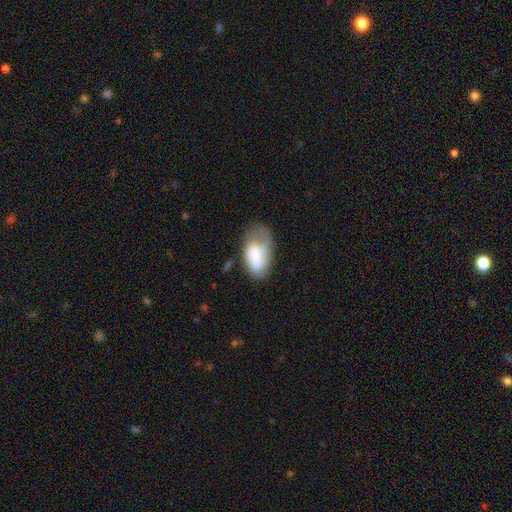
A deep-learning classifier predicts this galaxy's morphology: Q: Smooth or featured?
A: smooth (68%); runner-up: featured or disk (25%)
Q: How rounded?
A: in between (93%); runner-up: round (5%)
Q: Merging?
A: minor disturbance (33%); tied with: none (33%)